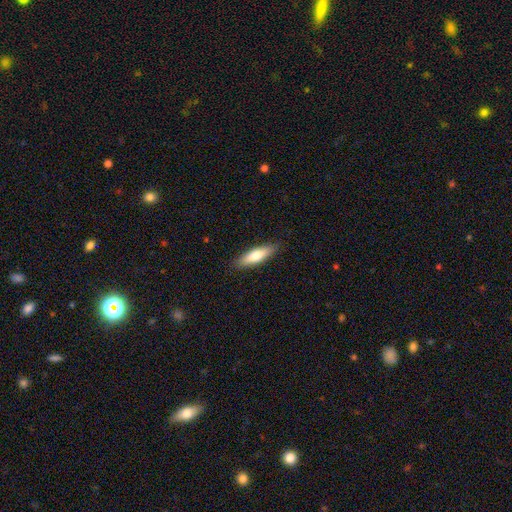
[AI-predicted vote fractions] Q: Smooth or featured?
A: smooth (70%); runner-up: featured or disk (24%)
Q: How rounded?
A: cigar-shaped (56%); runner-up: in between (42%)
Q: Merging?
A: none (88%); runner-up: minor disturbance (9%)